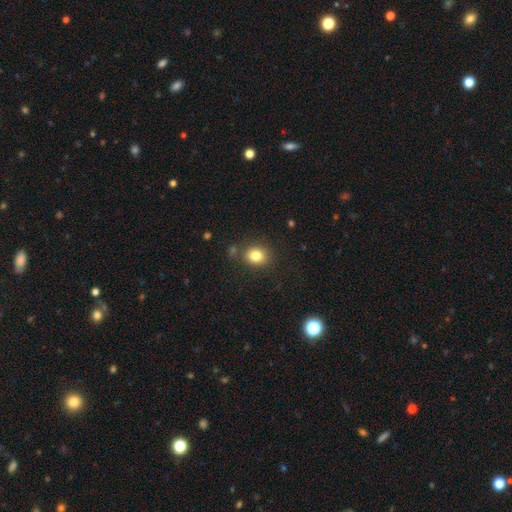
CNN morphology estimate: A smooth galaxy with no disk features (81%) that is round (61%). Merging: none (81%).